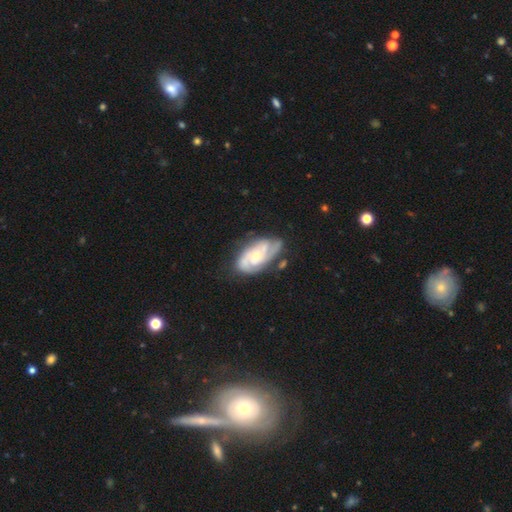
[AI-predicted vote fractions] smooth-or-featured: featured or disk: 83% | smooth: 12% | star or artifact: 5%
  disk-edge-on: no: 96% | yes: 4%
    bar: no: 66% | weak: 28% | strong: 6%
    has-spiral-arms: yes: 95% | no: 5%
      spiral-winding: tight: 55% | medium: 36% | loose: 9%
      spiral-arm-count: 3: 35% | 2: 30% | can't tell: 20% | 4: 7% | 1: 4% | more than 4: 4%
    bulge-size: moderate: 48% | small: 47% | large: 3% | none: 2% | dominant: 1%
  merging: none: 68% | minor disturbance: 22% | major disturbance: 7% | merger: 3%